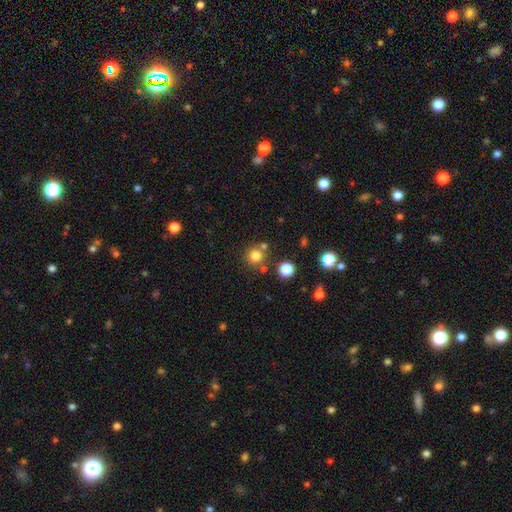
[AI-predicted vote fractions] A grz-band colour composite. It shows a smooth galaxy with no disk features (79%) that is round (93%). Merging: none (74%).